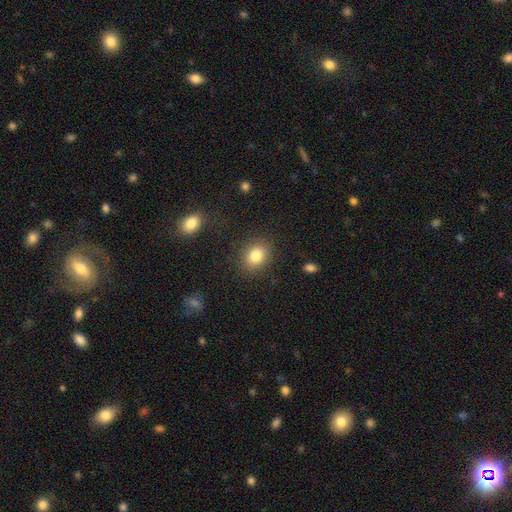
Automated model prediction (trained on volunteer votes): Morphology: type=smooth (82%); roundness=round (53%); merging=none (86%).